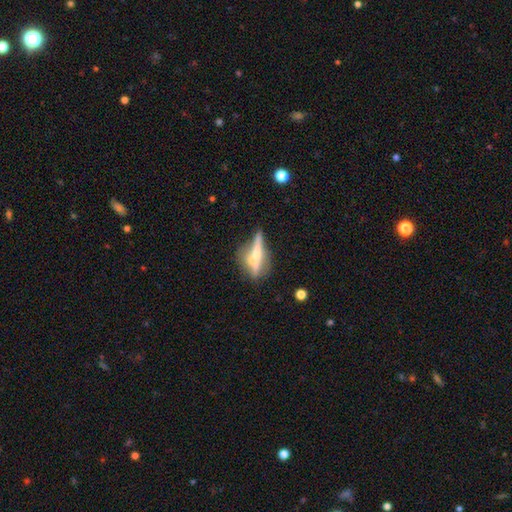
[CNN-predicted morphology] featured or disk 58%, smooth 33%, star or artifact 9%. Down the decision tree: edge-on disk — yes (80%); merging — none (50%).